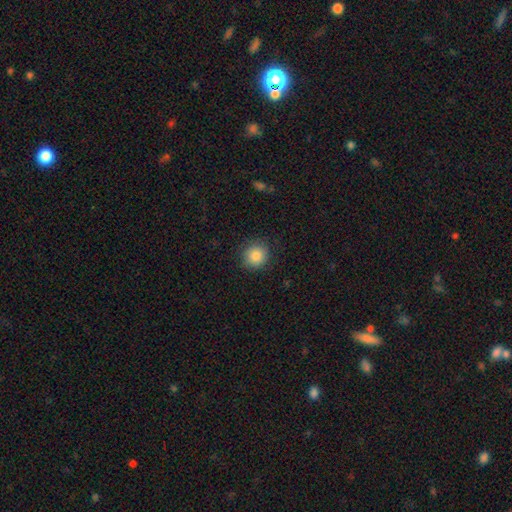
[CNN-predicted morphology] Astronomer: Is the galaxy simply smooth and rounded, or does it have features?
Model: smooth — 86%.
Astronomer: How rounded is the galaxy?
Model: round — 87%.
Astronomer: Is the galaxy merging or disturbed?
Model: none — 86%.